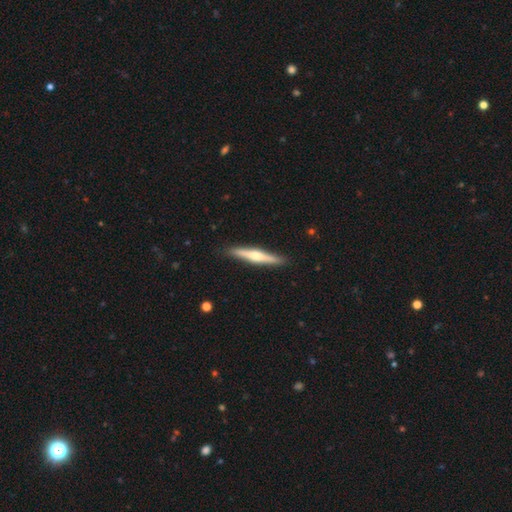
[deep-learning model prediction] Smooth or featured: featured or disk — 58% (smooth — 37%)
Edge-on disk: yes — 97% (no — 3%)
Edge-on bulge: rounded — 80% (none — 10%)
Merging: none — 90% (minor disturbance — 8%)